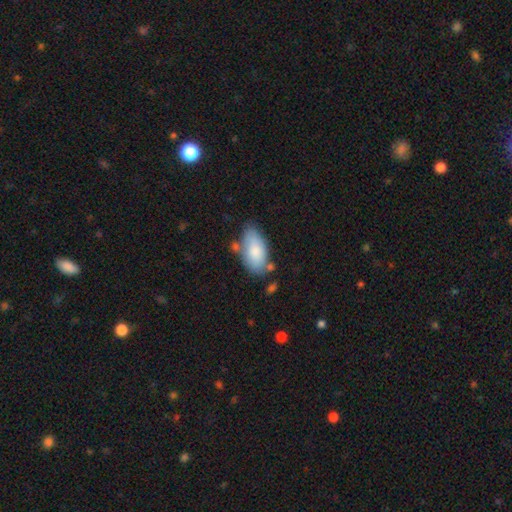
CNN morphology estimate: Smooth or featured? smooth (81%)
How rounded? in between (94%)
Merging? none (61%)